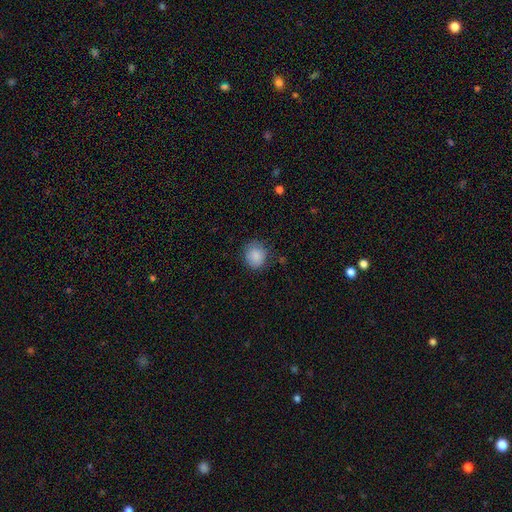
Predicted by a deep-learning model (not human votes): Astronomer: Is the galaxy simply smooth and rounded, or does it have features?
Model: smooth — 87%.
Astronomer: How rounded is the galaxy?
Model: round — 80%.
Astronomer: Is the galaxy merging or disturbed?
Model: none — 79%.